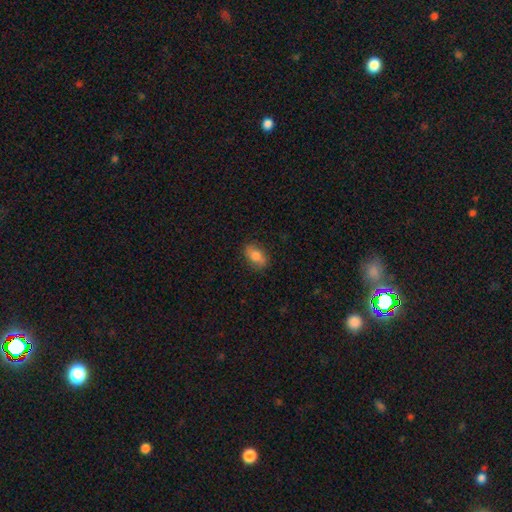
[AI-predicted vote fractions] The model was most divided on "smooth or featured": smooth: 80%, featured or disk: 12%, star or artifact: 8%. More confident: how rounded — in between (85%); merging — none (83%).